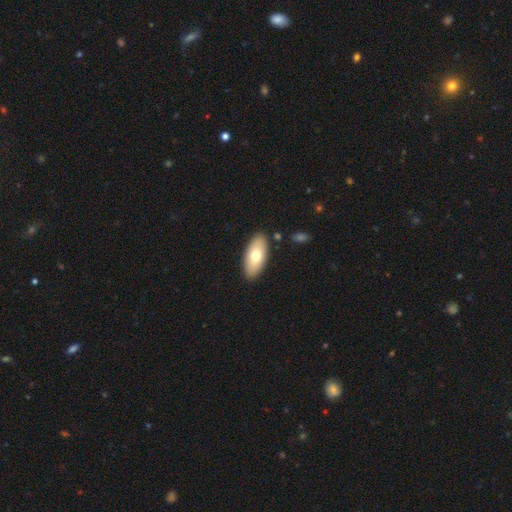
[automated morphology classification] A smooth galaxy with no disk features (70%) that is in between round and cigar-shaped (90%). Merging: none (87%).